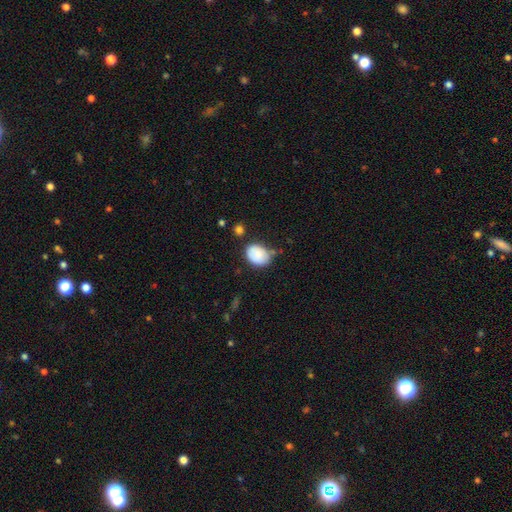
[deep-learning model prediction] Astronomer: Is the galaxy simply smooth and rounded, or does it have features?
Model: smooth — 85%.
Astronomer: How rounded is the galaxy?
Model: in between — 65%.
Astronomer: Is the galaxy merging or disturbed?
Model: none — 60%.